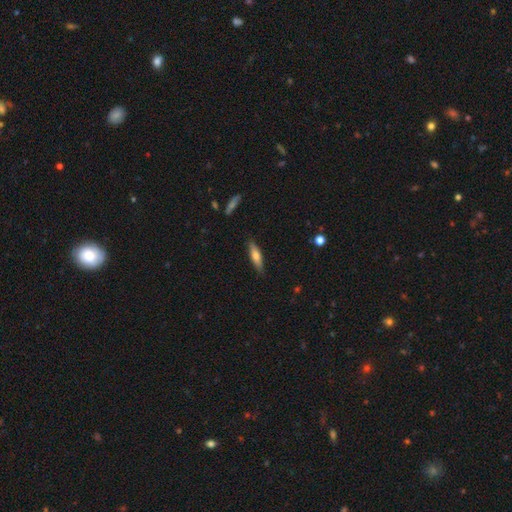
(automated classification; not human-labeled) Q: Smooth or featured?
A: smooth (63%); runner-up: featured or disk (30%)
Q: How rounded?
A: cigar-shaped (71%); runner-up: in between (28%)
Q: Merging?
A: none (87%); runner-up: minor disturbance (10%)